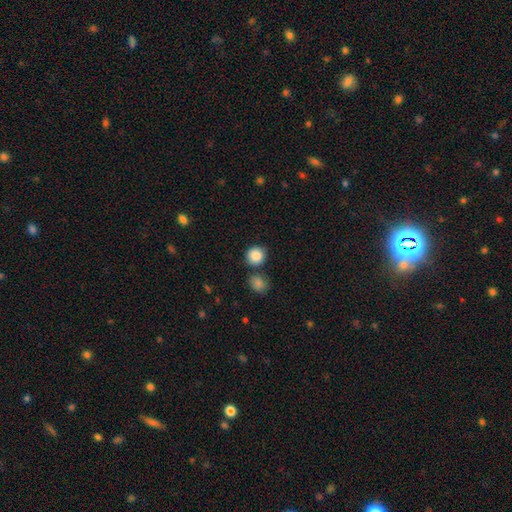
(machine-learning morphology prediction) Smooth or featured? Predicted: smooth (p=0.88). How rounded? Predicted: round (p=0.89). Merging? Predicted: none (p=0.75).